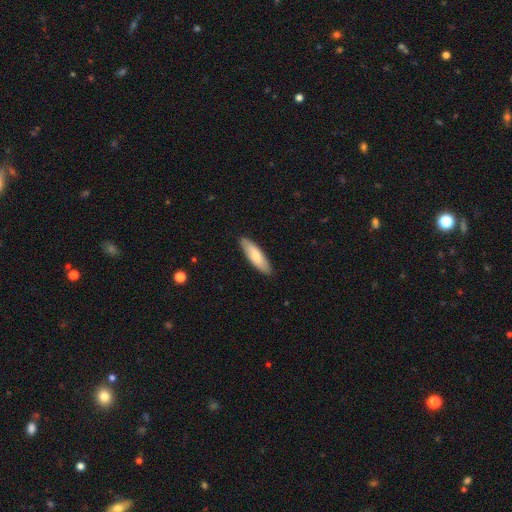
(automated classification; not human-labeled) smooth-or-featured: smooth: 75% | featured or disk: 20% | star or artifact: 5%
  how-rounded: cigar-shaped: 58% | in between: 41% | round: 2%
  merging: none: 88% | minor disturbance: 10% | major disturbance: 2% | merger: 1%